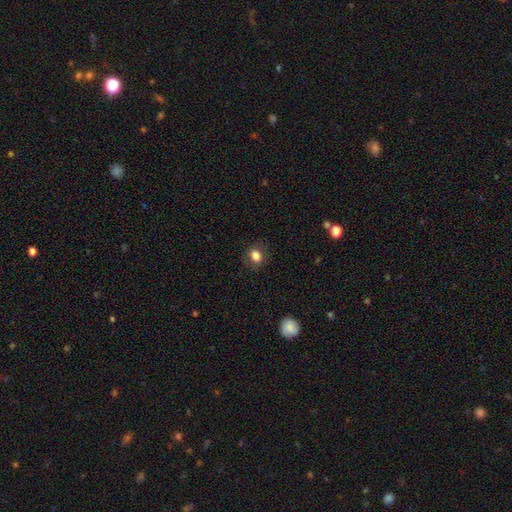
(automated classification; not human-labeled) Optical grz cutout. It shows a smooth galaxy with no disk features (83%) that is in between round and cigar-shaped (50%). Merging: none (85%).